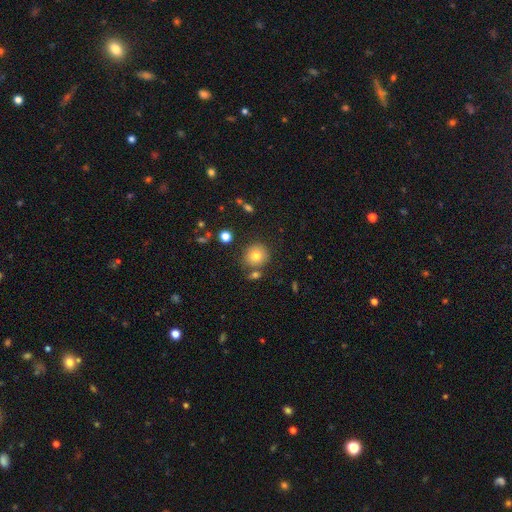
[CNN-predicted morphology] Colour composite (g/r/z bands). It shows a smooth galaxy with no disk features (78%) that is round (91%). Merging: none (78%).